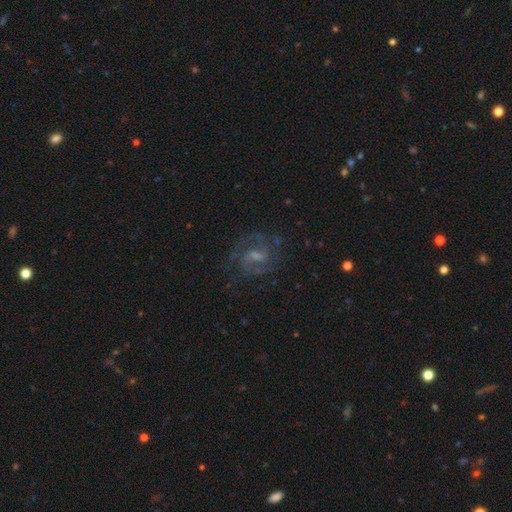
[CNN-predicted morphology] smooth-or-featured: featured or disk: 79% | star or artifact: 12% | smooth: 9%
  disk-edge-on: no: 97% | yes: 3%
    bar: weak: 58% | no: 22% | strong: 21%
    has-spiral-arms: yes: 96% | no: 4%
      spiral-winding: medium: 49% | tight: 40% | loose: 11%
      spiral-arm-count: 2: 66% | can't tell: 14% | 3: 11% | 1: 3% | 4: 3% | more than 4: 3%
    bulge-size: small: 44% | moderate: 37% | none: 13% | large: 4% | dominant: 1%
  merging: none: 78% | minor disturbance: 13% | major disturbance: 8% | merger: 1%